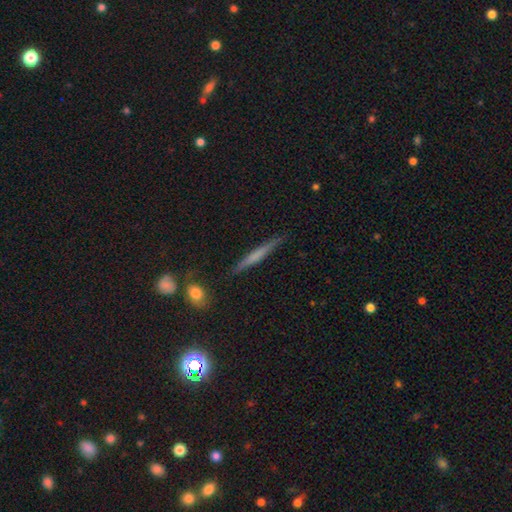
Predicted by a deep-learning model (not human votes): This appears to be a smooth galaxy with no disk features (48%). Merging: none (88%).